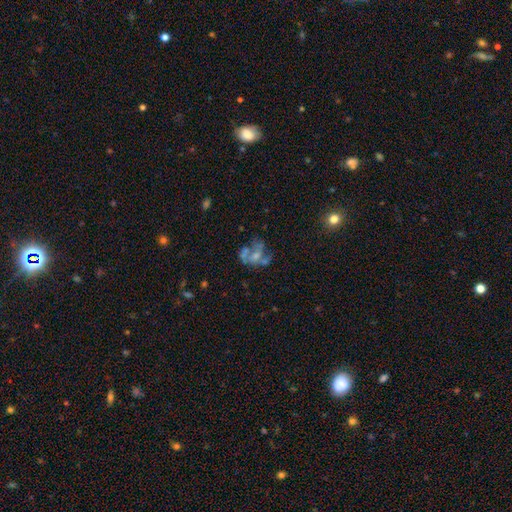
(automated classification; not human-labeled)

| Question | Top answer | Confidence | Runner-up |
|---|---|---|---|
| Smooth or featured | featured or disk | 56% | smooth (30%) |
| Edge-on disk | no | 98% | yes (2%) |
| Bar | no | 85% | weak (12%) |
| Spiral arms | no | 85% | yes (15%) |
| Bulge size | none | 40% | moderate (32%) |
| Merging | none | 30% | major disturbance (28%) |